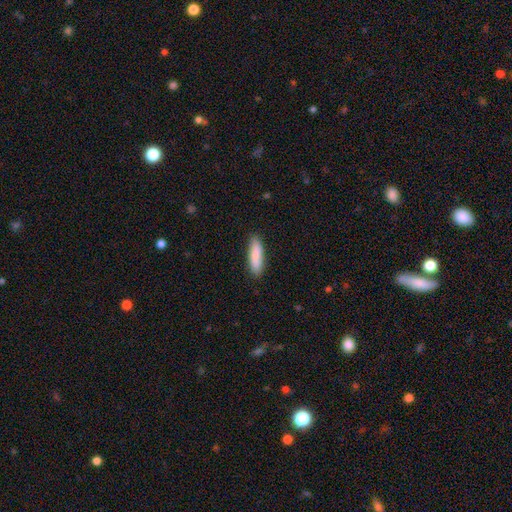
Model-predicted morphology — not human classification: Smooth or featured? smooth (86%)
How rounded? cigar-shaped (63%)
Merging? none (87%)